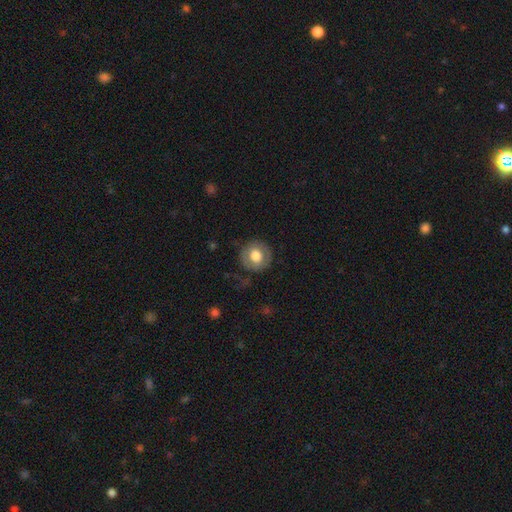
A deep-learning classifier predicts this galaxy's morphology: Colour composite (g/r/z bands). It shows a smooth galaxy with no disk features (71%) that is round (91%). Merging: none (83%).